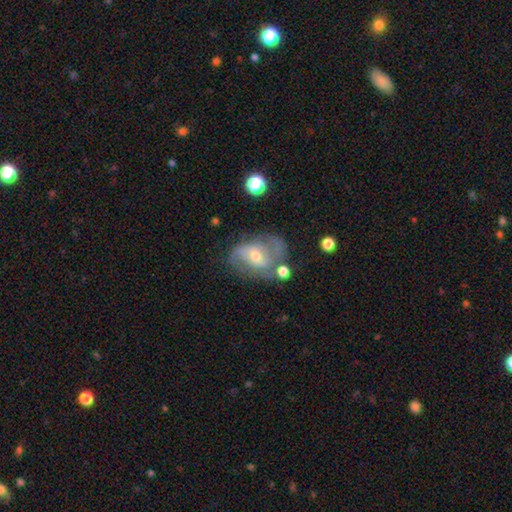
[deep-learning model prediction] Smooth or featured? featured or disk (75%)
Edge-on disk? no (97%)
Bar? weak (47%)
Spiral arms? yes (87%)
Spiral winding? medium (47%)
Spiral arm count? 2 (68%)
Bulge size? moderate (50%)
Merging? none (53%)